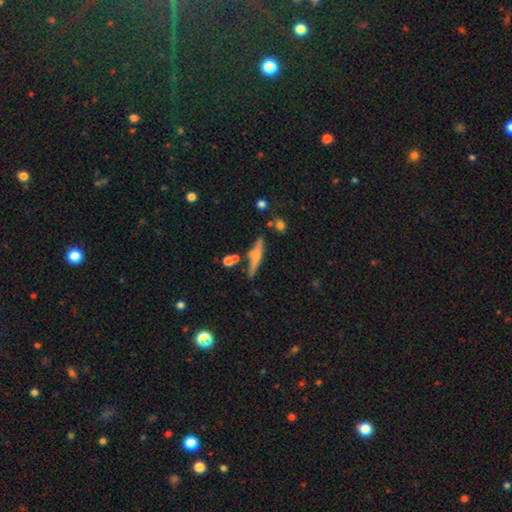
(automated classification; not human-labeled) smooth_or_featured: smooth (p=0.48) [alt: featured or disk p=0.44]
merging: none (p=0.71) [alt: minor disturbance p=0.15]